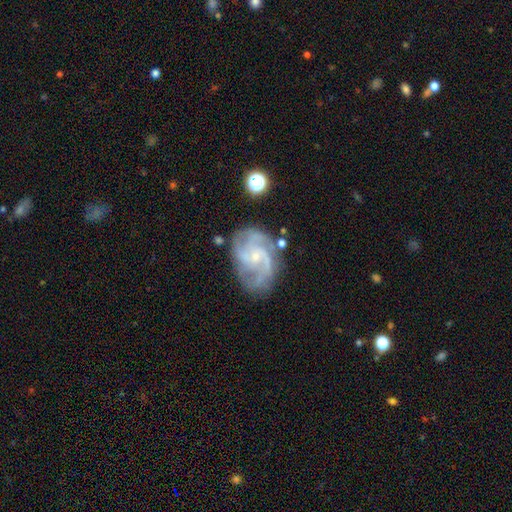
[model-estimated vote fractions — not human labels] This is clearly a featured or disk galaxy (88%). It is clearly not viewed edge-on (98%). Bar: likely no (61%). Spiral arm pattern: clearly yes (97%). Spiral arm count: marginally 3 (41%). Spiral winding: possibly medium (53%). Central bulge: likely small (75%). Merging: likely none (69%).